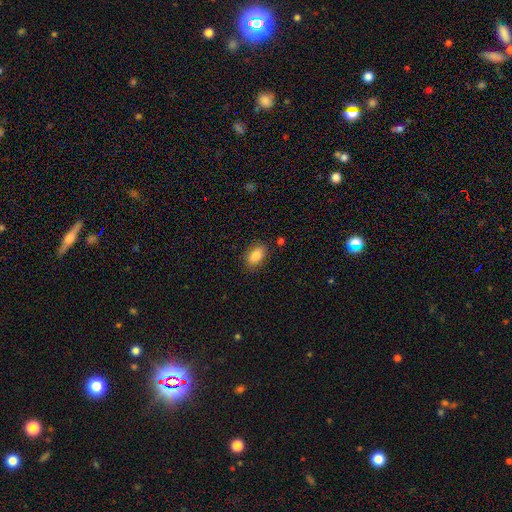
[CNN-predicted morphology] A smooth galaxy with no disk features (84%) that is in between round and cigar-shaped (88%). Merging: none (84%).